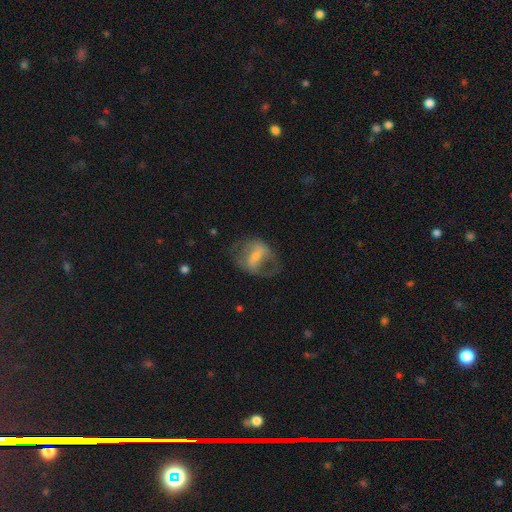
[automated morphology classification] Overall: featured or disk (61%; smooth 32%). Edge-on disk: no (95%). Bar: strong (41%; weak 39%). Spiral arms: yes (59%; no 41%). Bulge size: small (45%; moderate 36%). Merging: none (49%; major disturbance 28%).